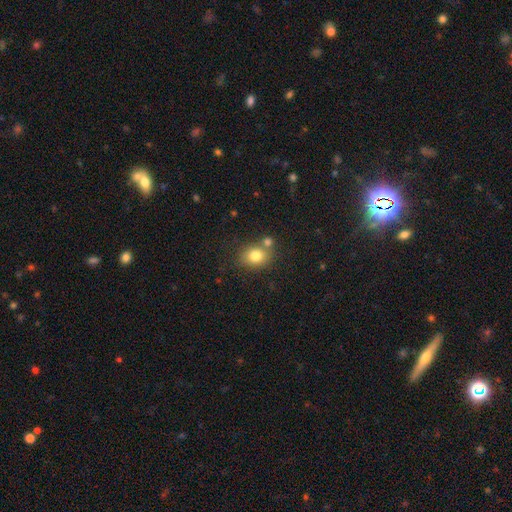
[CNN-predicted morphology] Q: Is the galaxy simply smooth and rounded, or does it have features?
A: smooth — 79%.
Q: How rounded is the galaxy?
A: round — 55%.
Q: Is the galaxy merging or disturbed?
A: none — 62%.